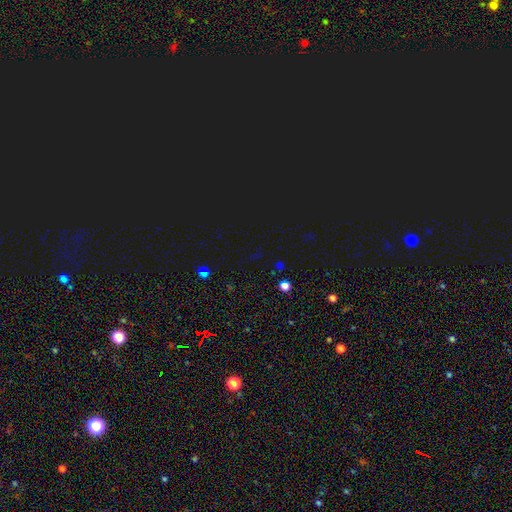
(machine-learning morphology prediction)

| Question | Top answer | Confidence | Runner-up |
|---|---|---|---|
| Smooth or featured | star or artifact | 71% | smooth (22%) |